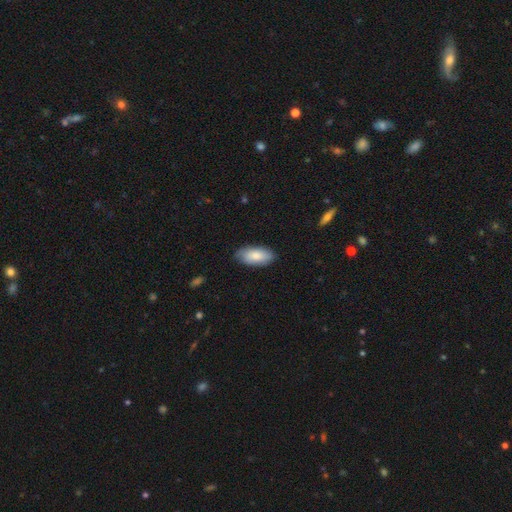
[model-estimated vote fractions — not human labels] A smooth galaxy with no disk features (82%) that is in between round and cigar-shaped (92%). Merging: none (83%).